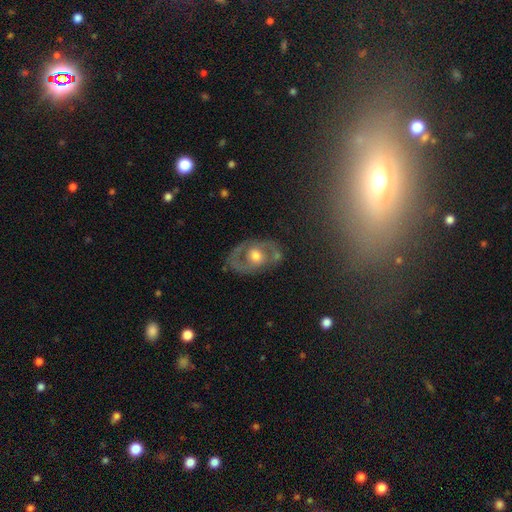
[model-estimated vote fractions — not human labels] The model was most divided on "spiral arms": yes: 59%, no: 41%. More confident: edge-on disk — no (94%); bar — no (75%); bulge size — moderate (71%); smooth or featured — featured or disk (70%); merging — none (68%).